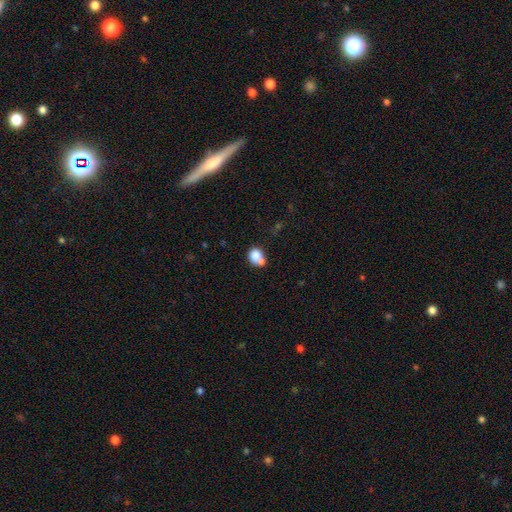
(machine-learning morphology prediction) smooth 80%, featured or disk 10%, star or artifact 10%. Down the decision tree: how rounded — round (62%); merging — merger (44%).